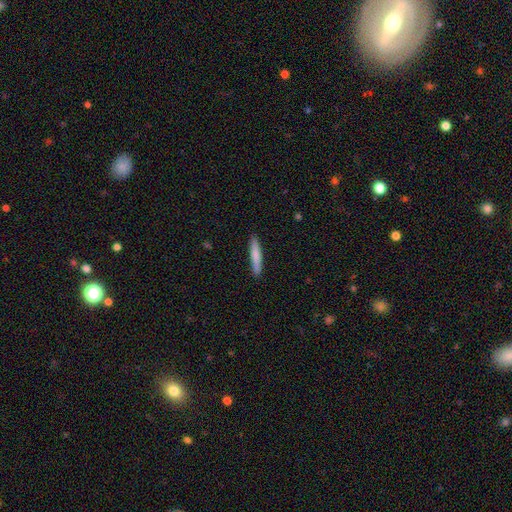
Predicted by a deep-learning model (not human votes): smooth-or-featured: smooth: 77% | featured or disk: 18% | star or artifact: 5%
  how-rounded: cigar-shaped: 93% | in between: 6% | round: 1%
  merging: none: 90% | minor disturbance: 7% | major disturbance: 1% | merger: 1%